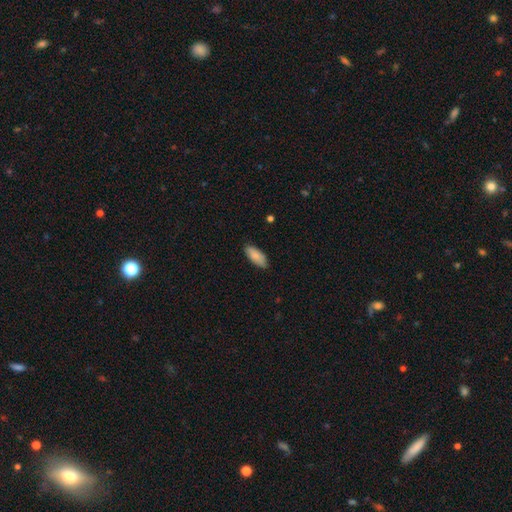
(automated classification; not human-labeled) The model was most divided on "how rounded": in between: 85%, cigar-shaped: 14%, round: 2%. More confident: smooth or featured — smooth (88%); merging — none (84%).